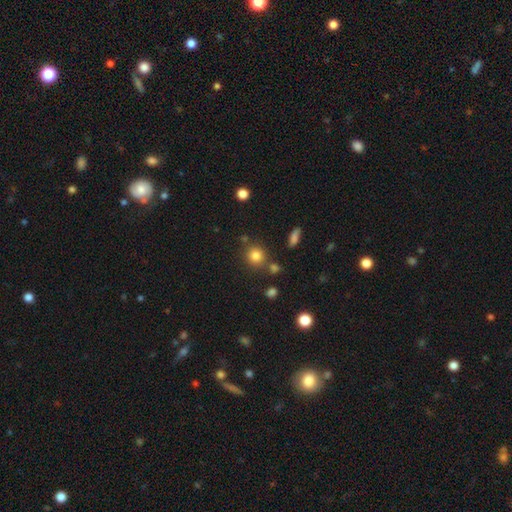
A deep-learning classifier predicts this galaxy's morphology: A smooth galaxy with no disk features (81%) that is round (88%).

Vote fractions:
- Smooth or featured? smooth: 81% / star or artifact: 13% / featured or disk: 7%
- How rounded? round: 88% / in between: 11% / cigar-shaped: 1%
- Merging? none: 76% / merger: 10% / minor disturbance: 10% / major disturbance: 4%